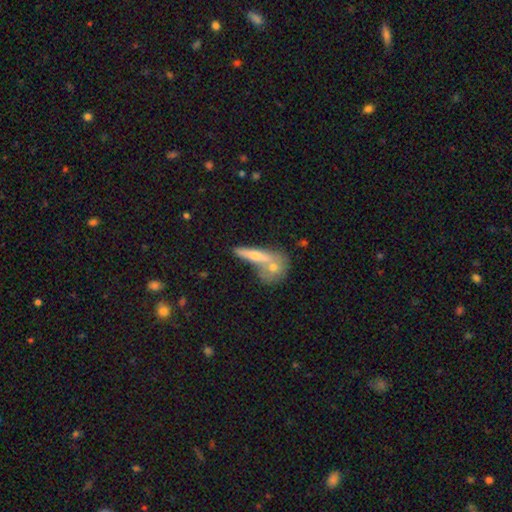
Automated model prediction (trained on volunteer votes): This appears to be a smooth galaxy with no disk features (52%) that is cigar-shaped (73%). Merging: none (46%).